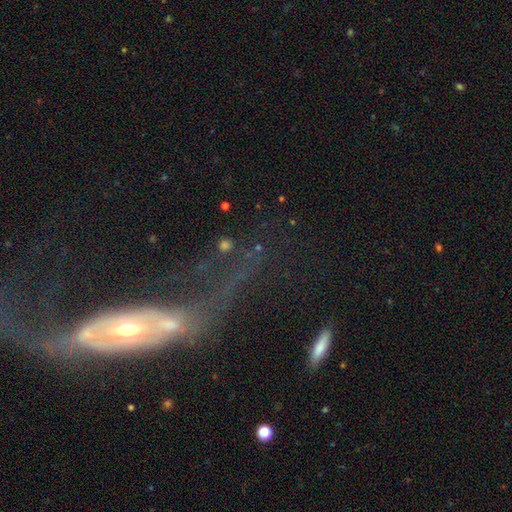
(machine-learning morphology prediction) The model was most divided on "merging": major disturbance: 36%, none: 26%, merger: 24%, minor disturbance: 14%. More confident: edge-on disk — no (70%); smooth or featured — featured or disk (54%).